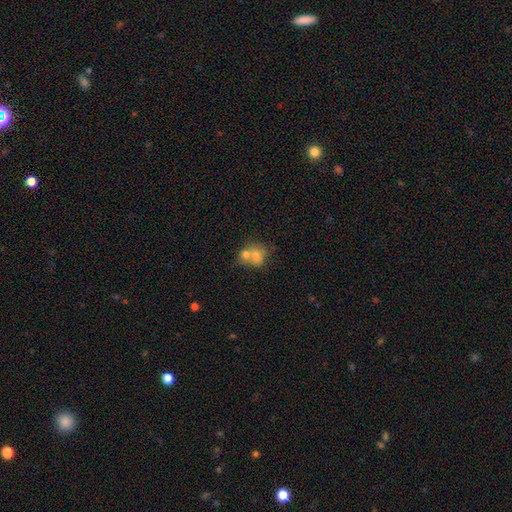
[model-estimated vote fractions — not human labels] Smooth or featured? Predicted: smooth (p=0.70). How rounded? Predicted: round (p=0.62). Merging? Predicted: merger (p=0.58).